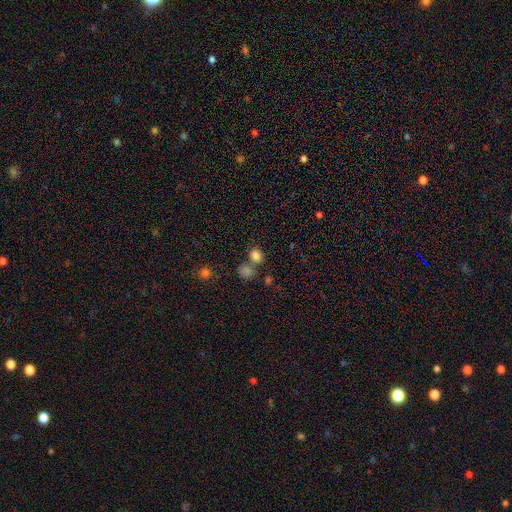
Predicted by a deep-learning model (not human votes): Smooth or featured?
  - smooth: 81% *
  - star or artifact: 14%
  - featured or disk: 6%
How rounded?
  - round: 63% *
  - in between: 36%
  - cigar-shaped: 1%
Merging?
  - none: 57% *
  - merger: 28%
  - minor disturbance: 10%
  - major disturbance: 5%